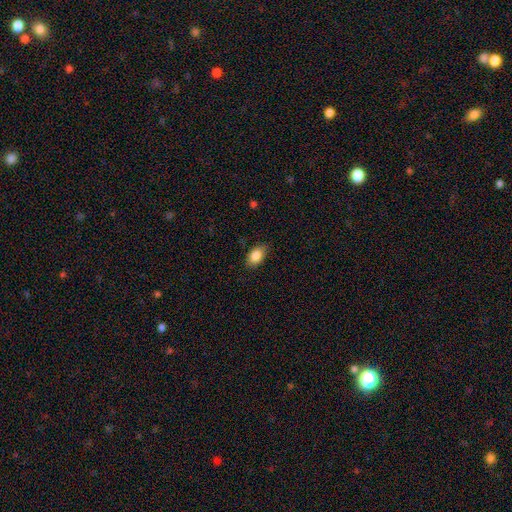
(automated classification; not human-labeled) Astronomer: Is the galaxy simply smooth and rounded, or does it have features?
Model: smooth — 87%.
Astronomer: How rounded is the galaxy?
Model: in between — 89%.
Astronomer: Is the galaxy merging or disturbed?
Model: none — 80%.